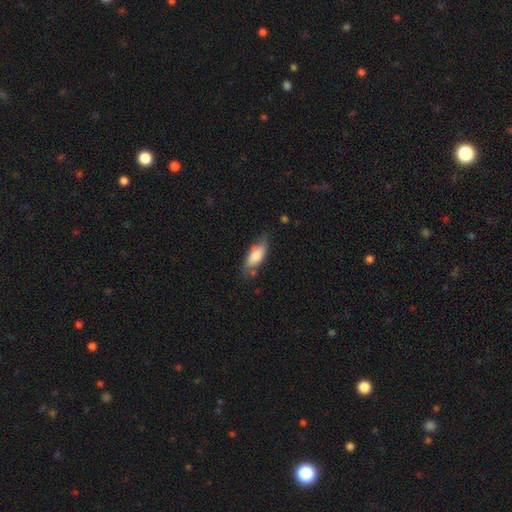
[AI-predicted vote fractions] smooth 77%, featured or disk 17%, star or artifact 6%. Down the decision tree: how rounded — in between (73%); merging — none (59%).